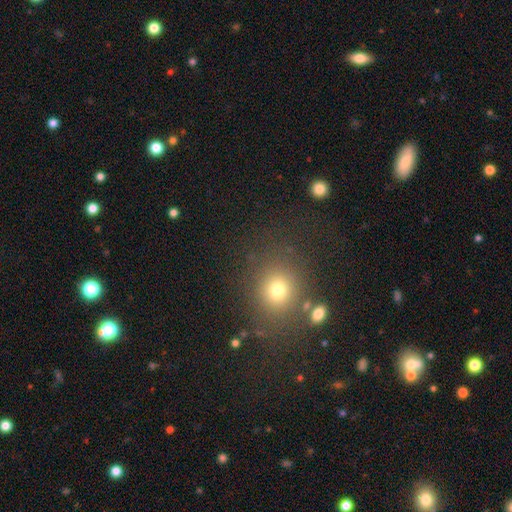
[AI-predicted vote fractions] smooth_or_featured: smooth (p=0.60) [alt: star or artifact p=0.31]
how_rounded: round (p=0.75) [alt: in between p=0.24]
merging: none (p=0.83) [alt: minor disturbance p=0.09]